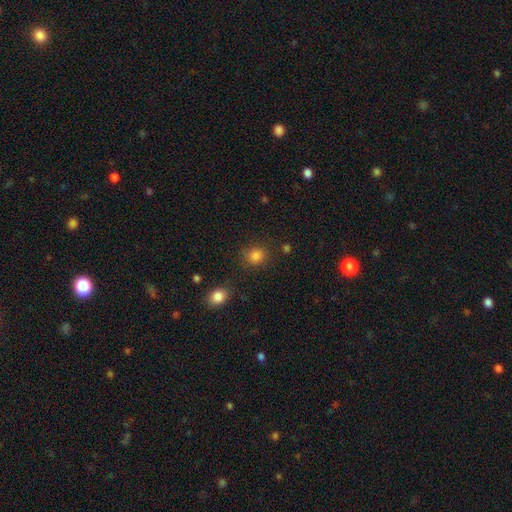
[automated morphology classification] A smooth galaxy with no disk features (83%) that is round (81%). Merging: none (82%).